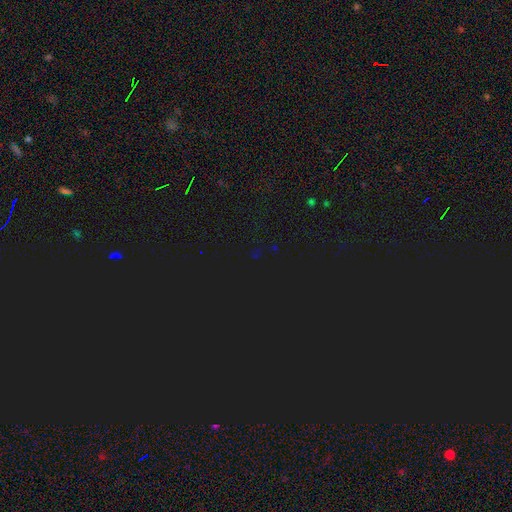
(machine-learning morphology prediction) smooth-or-featured: star or artifact: 80% | smooth: 14% | featured or disk: 6%